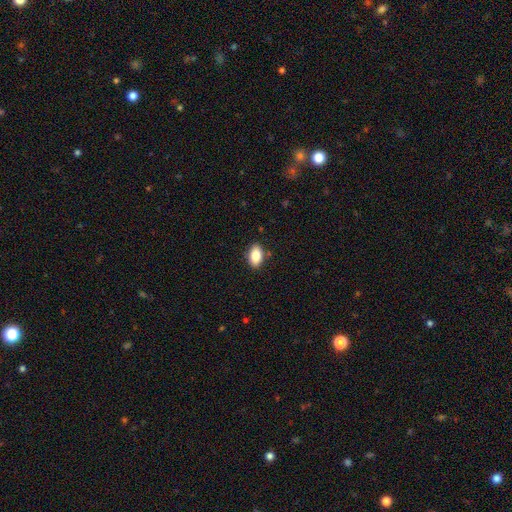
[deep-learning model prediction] Morphology: type=smooth (85%); roundness=in between (90%); merging=none (88%).